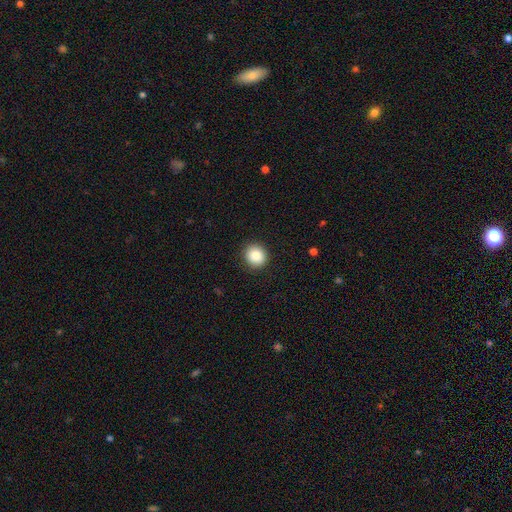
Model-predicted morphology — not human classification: The model was most divided on "how rounded": round: 88%, in between: 11%, cigar-shaped: 1%. More confident: merging — none (91%); smooth or featured — smooth (87%).